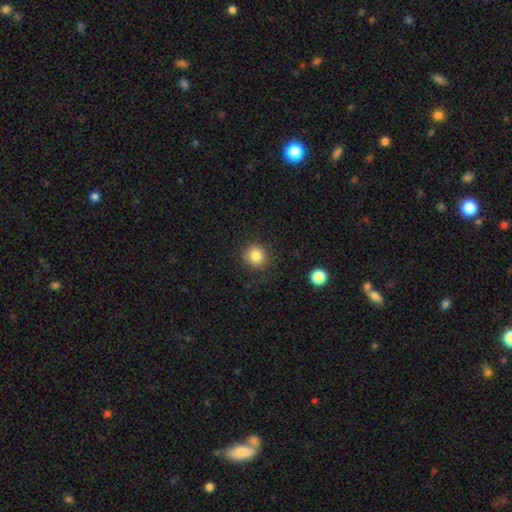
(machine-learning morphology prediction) smooth_or_featured: smooth (p=0.83) [alt: star or artifact p=0.11]
how_rounded: round (p=0.88) [alt: in between p=0.11]
merging: none (p=0.87) [alt: minor disturbance p=0.09]